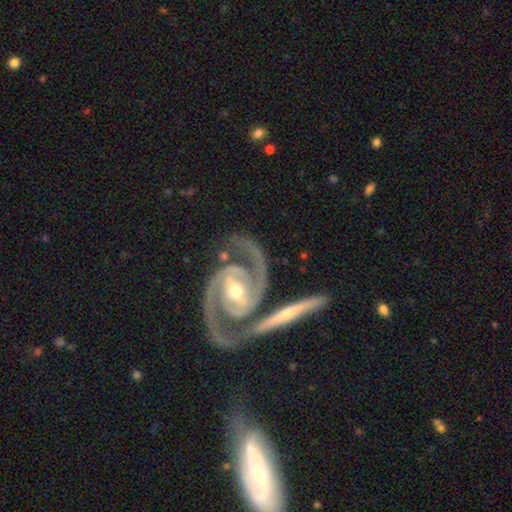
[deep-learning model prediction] The model was most divided on "spiral winding": tight: 48%, medium: 45%, loose: 6%. Remaining: spiral arms — yes (98%); edge-on disk — no (96%); spiral arm count — 2 (93%); smooth or featured — featured or disk (93%); merging — none (66%); bulge size — moderate (64%); bar — strong (38%).